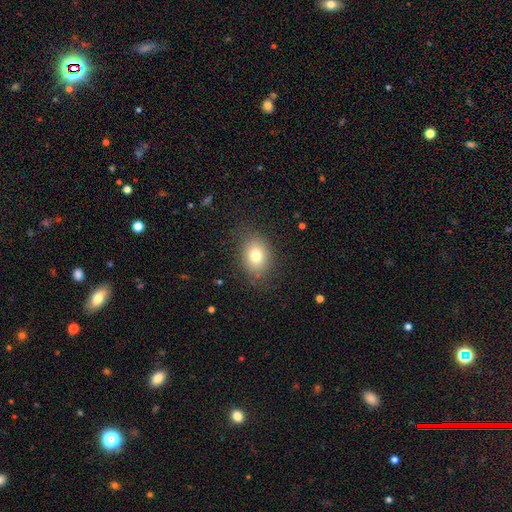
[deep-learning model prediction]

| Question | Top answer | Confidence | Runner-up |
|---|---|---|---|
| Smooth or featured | smooth | 77% | featured or disk (12%) |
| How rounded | in between | 58% | round (41%) |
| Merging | none | 81% | minor disturbance (13%) |